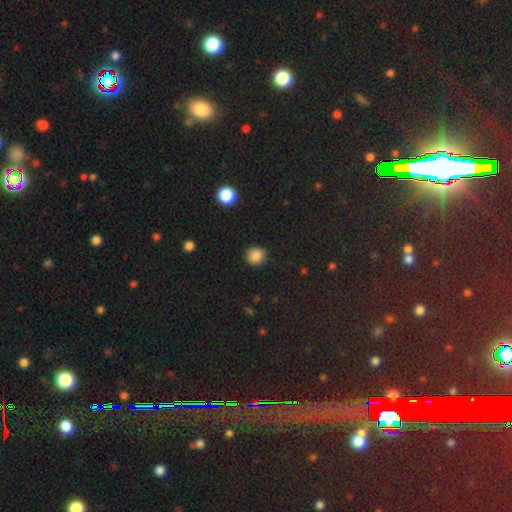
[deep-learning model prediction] smooth-or-featured: smooth: 86% | star or artifact: 9% | featured or disk: 5%
  how-rounded: round: 89% | in between: 10% | cigar-shaped: 1%
  merging: none: 91% | minor disturbance: 6% | major disturbance: 2% | merger: 1%